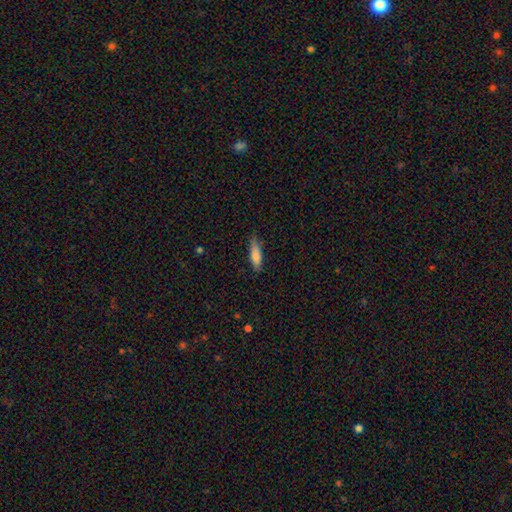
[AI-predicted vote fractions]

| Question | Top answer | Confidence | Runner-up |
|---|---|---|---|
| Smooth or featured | smooth | 80% | featured or disk (13%) |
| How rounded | cigar-shaped | 55% | in between (43%) |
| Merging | none | 74% | minor disturbance (21%) |